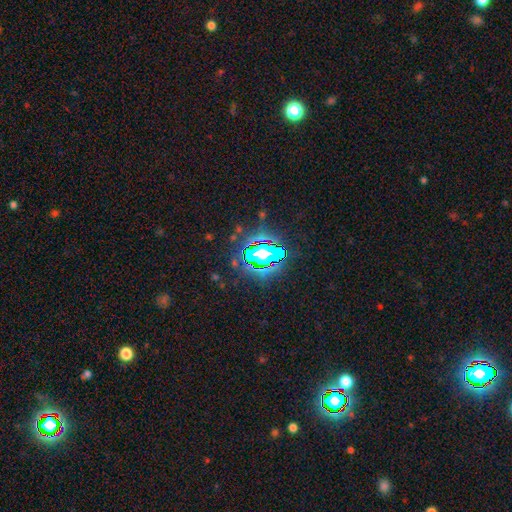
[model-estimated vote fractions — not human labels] star or artifact 81%, smooth 11%, featured or disk 8%.